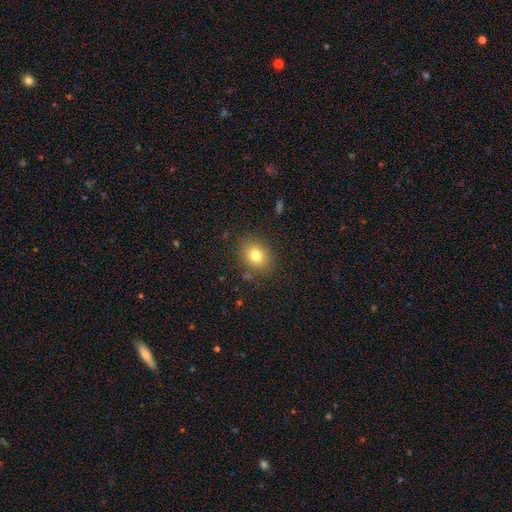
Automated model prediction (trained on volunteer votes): Q: Smooth or featured?
A: smooth (77%); runner-up: star or artifact (12%)
Q: How rounded?
A: round (52%); runner-up: in between (47%)
Q: Merging?
A: none (85%); runner-up: minor disturbance (10%)